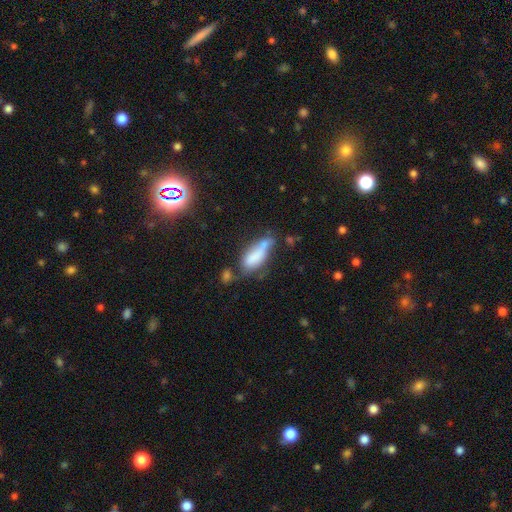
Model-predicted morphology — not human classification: type=smooth (69%); roundness=in between (64%); merging=none (27%, tied with merger).